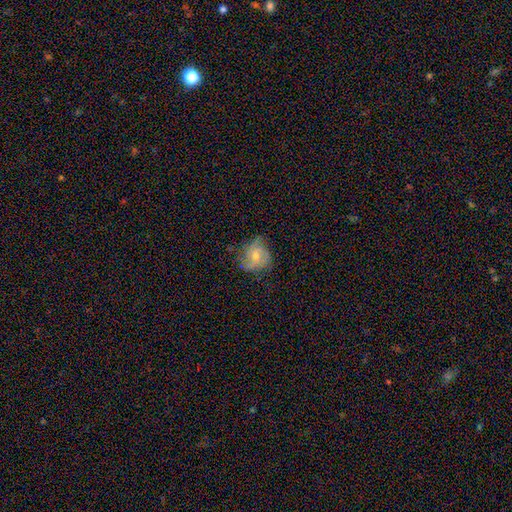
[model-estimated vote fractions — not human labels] Smooth or featured? featured or disk (63%)
Edge-on disk? no (97%)
Bar? no (74%)
Spiral arms? yes (88%)
Spiral winding? medium (42%)
Spiral arm count? 3 (38%)
Bulge size? moderate (53%)
Merging? none (67%)